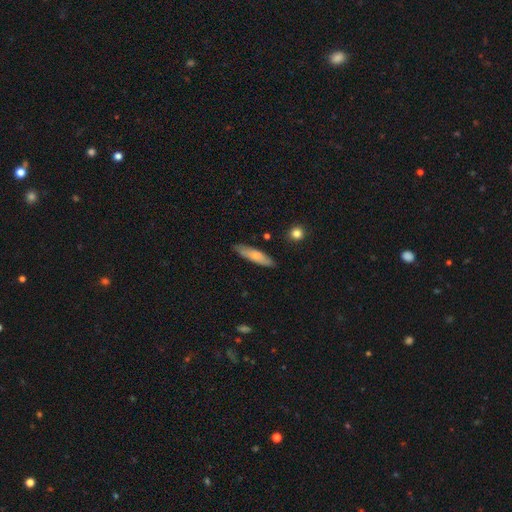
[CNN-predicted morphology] A smooth galaxy with no disk features (66%) that is cigar-shaped (71%).

Vote fractions:
- Smooth or featured? smooth: 66% / featured or disk: 29% / star or artifact: 6%
- How rounded? cigar-shaped: 71% / in between: 28% / round: 2%
- Merging? none: 83% / minor disturbance: 13% / major disturbance: 2% / merger: 2%